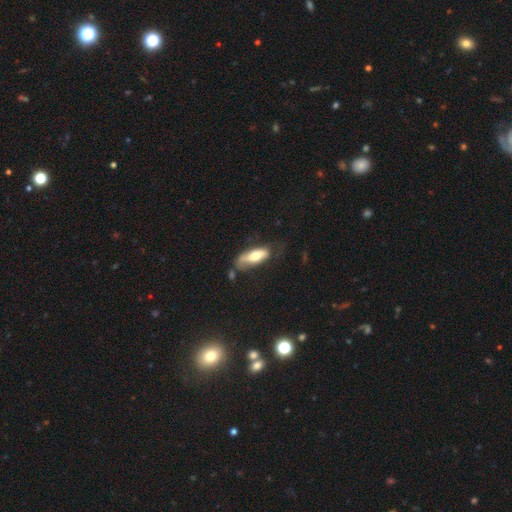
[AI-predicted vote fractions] The model was most divided on "merging": none: 48%, minor disturbance: 29%, major disturbance: 16%, merger: 7%. More confident: how rounded — in between (66%); smooth or featured — smooth (62%).